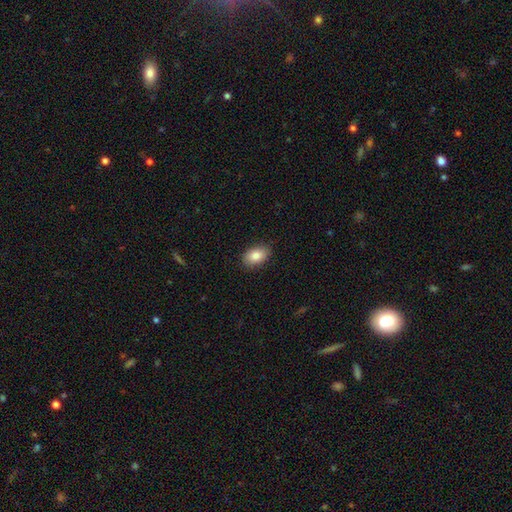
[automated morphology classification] Overall: smooth (85%). How rounded: in between (88%). Merging: none (87%).